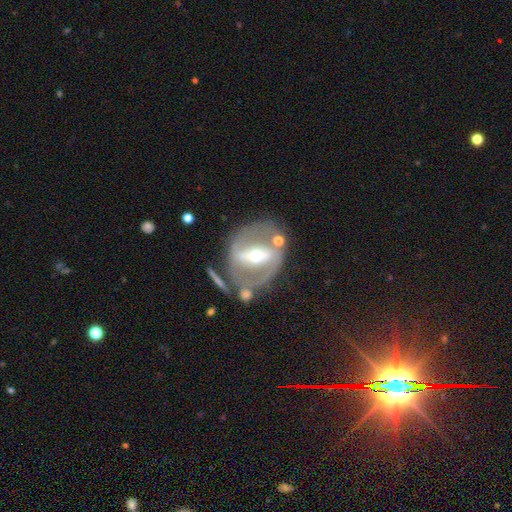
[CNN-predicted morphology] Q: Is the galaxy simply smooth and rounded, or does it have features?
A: featured or disk — 81%.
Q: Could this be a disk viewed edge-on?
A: no — 93%.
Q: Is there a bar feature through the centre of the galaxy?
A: strong — 61%.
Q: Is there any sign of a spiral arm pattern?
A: yes — 68%.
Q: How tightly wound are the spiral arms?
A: medium — 43%.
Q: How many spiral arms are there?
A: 2 — 78%.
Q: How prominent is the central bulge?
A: moderate — 62%.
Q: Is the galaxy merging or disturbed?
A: none — 64%.